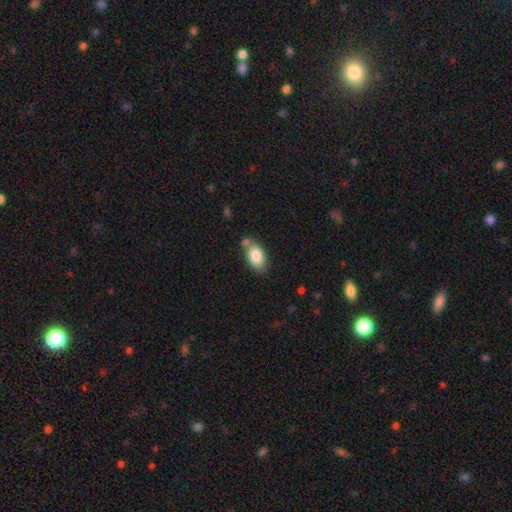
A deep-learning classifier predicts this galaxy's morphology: Smooth or featured? smooth (84%)
How rounded? in between (92%)
Merging? none (62%)